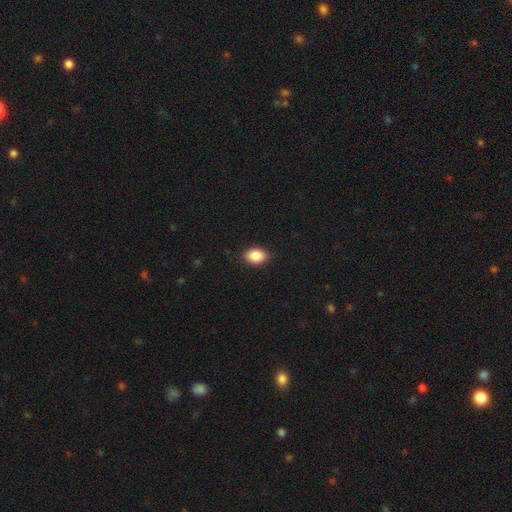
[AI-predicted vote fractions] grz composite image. It shows a smooth galaxy with no disk features (88%) that is in between round and cigar-shaped (80%). Merging: none (88%).